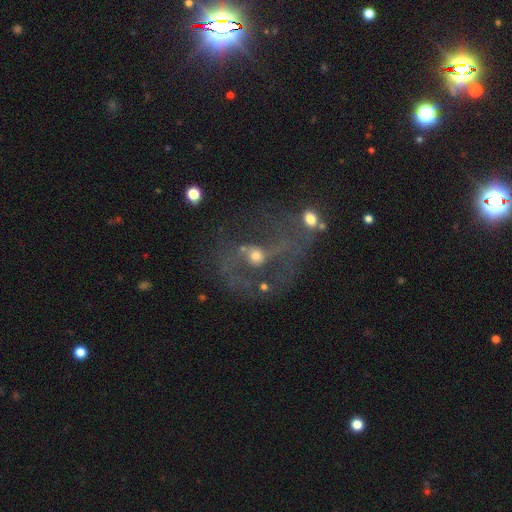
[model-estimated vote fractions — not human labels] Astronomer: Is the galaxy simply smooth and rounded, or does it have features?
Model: featured or disk — 63%.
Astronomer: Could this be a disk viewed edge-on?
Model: no — 97%.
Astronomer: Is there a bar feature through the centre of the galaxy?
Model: no — 73%.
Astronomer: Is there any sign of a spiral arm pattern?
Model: yes — 59% (runner-up: no, 41%).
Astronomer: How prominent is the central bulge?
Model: moderate — 44% (runner-up: small, 43%).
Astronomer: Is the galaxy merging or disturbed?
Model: major disturbance — 35% (runner-up: none, 33%).